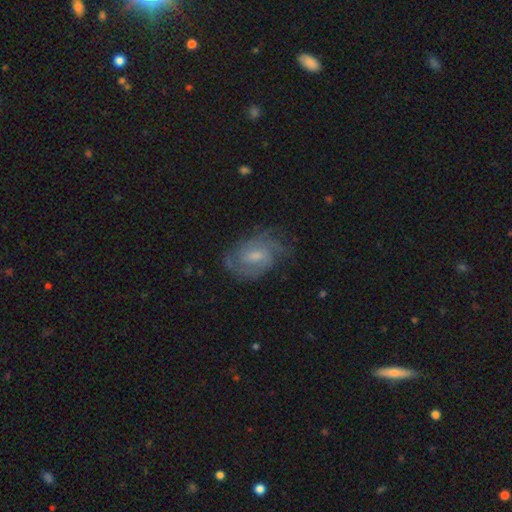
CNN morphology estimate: A featured or disk galaxy (76%) with a weak bar (54%), 2 (38%) tight (43%) spiral arms (91%) and a moderate central bulge (46%).

Vote fractions:
- Smooth or featured? featured or disk: 76% / smooth: 18% / star or artifact: 6%
- Edge-on disk? no: 97% / yes: 3%
- Bar? weak: 54% / no: 37% / strong: 9%
- Spiral arms? yes: 91% / no: 9%
- Spiral winding? tight: 43% / medium: 42% / loose: 15%
- Spiral arm count? 2: 38% / can't tell: 30% / 3: 18% / 4: 6% / 1: 5% / more than 4: 4%
- Bulge size? moderate: 46% / small: 43% / none: 7% / large: 4% / dominant: 1%
- Merging? none: 65% / minor disturbance: 22% / major disturbance: 12% / merger: 1%